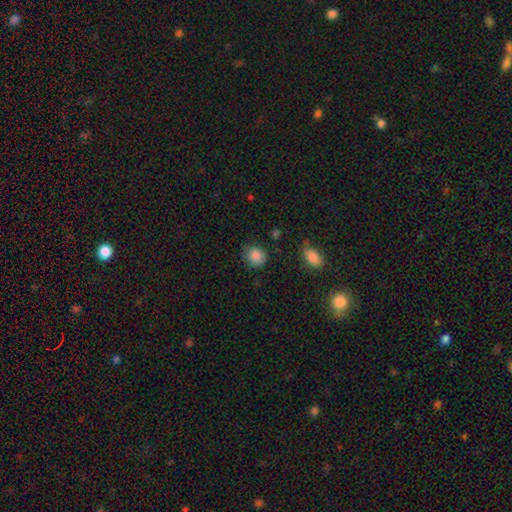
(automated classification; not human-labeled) A smooth galaxy with no disk features (86%) that is round (79%). Merging: none (77%).